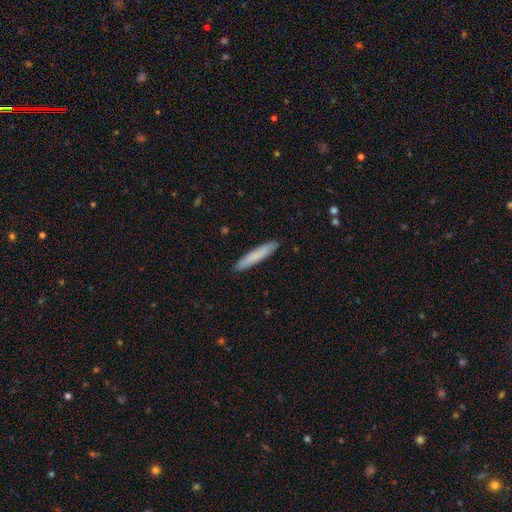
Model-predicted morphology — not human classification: A smooth galaxy with no disk features (80%) that is cigar-shaped (93%). Merging: none (91%).